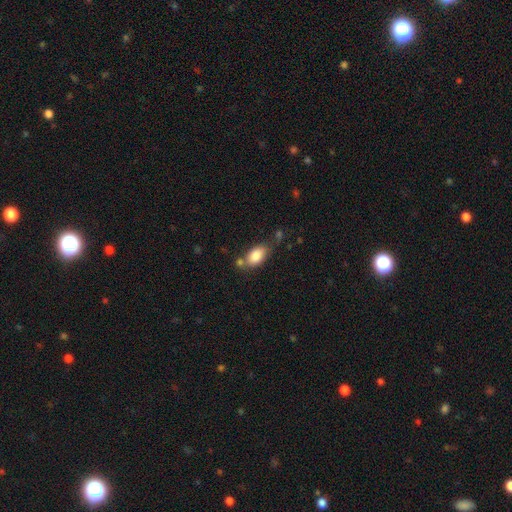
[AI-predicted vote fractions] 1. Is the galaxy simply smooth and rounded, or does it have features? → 83% smooth, 10% featured or disk, 7% star or artifact.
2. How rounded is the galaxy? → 89% in between, 7% round, 3% cigar-shaped.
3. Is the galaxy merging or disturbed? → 57% none, 21% minor disturbance, 16% merger, 6% major disturbance.